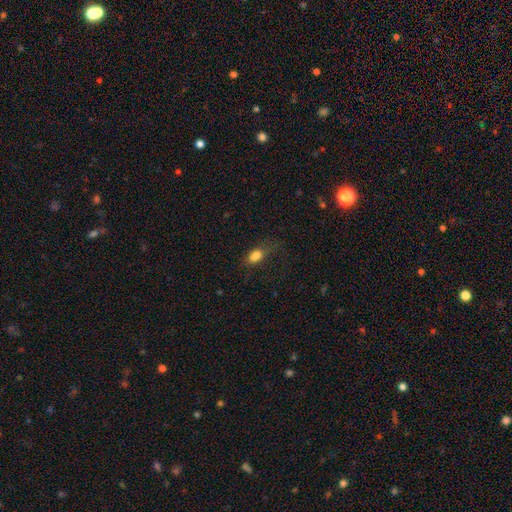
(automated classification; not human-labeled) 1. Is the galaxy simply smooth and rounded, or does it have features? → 80% smooth, 11% star or artifact, 9% featured or disk.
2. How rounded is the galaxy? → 82% in between, 11% round, 7% cigar-shaped.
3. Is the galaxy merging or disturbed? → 48% none, 26% minor disturbance, 23% major disturbance, 3% merger.